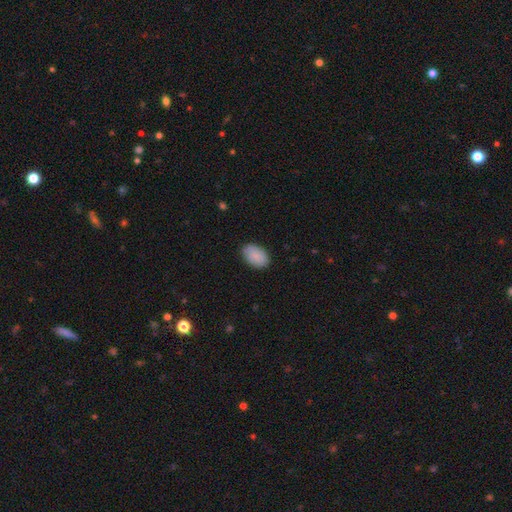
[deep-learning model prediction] Overall: smooth (88%). How rounded: in between (91%). Merging: none (84%).